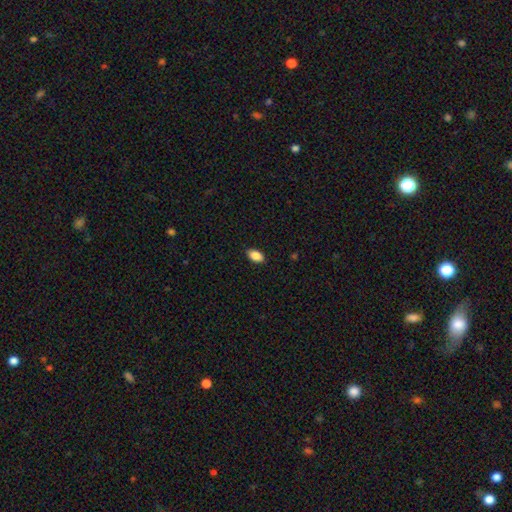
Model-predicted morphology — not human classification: Smooth or featured? smooth (88%)
How rounded? in between (92%)
Merging? none (89%)